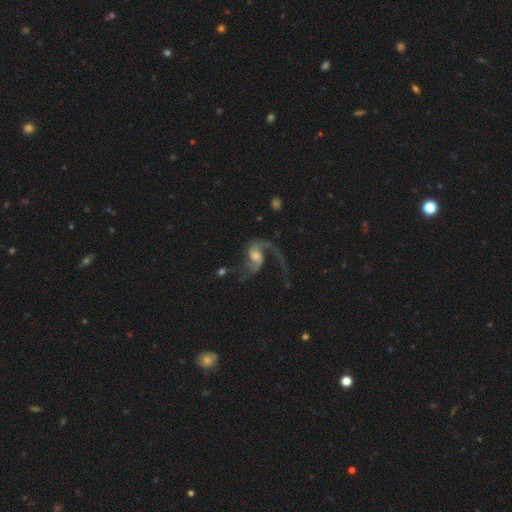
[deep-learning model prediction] Overall: featured or disk (85%). Edge-on disk: no (97%). Bar: no (50%; weak 39%). Spiral arms: yes (95%). Spiral arm count: 2 (75%). Spiral winding: loose (67%; medium 28%). Bulge size: moderate (50%; small 25%). Merging: none (42%; major disturbance 38%).